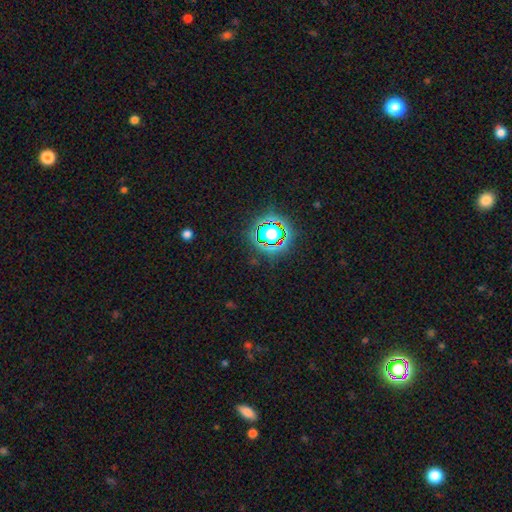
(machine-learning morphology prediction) type=star or artifact (80%).